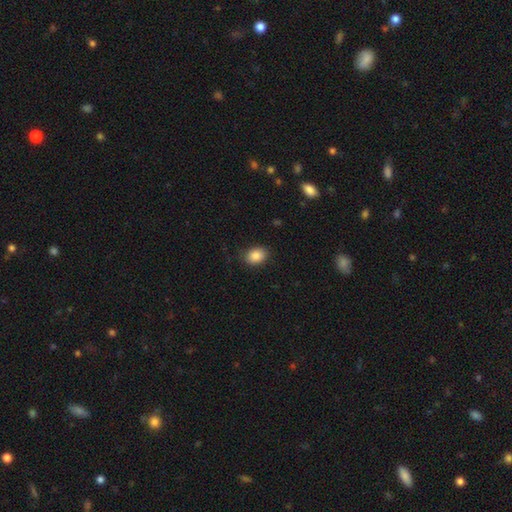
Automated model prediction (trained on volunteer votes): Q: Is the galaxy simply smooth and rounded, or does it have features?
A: smooth — 87%.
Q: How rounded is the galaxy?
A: in between — 62%.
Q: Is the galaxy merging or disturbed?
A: none — 86%.